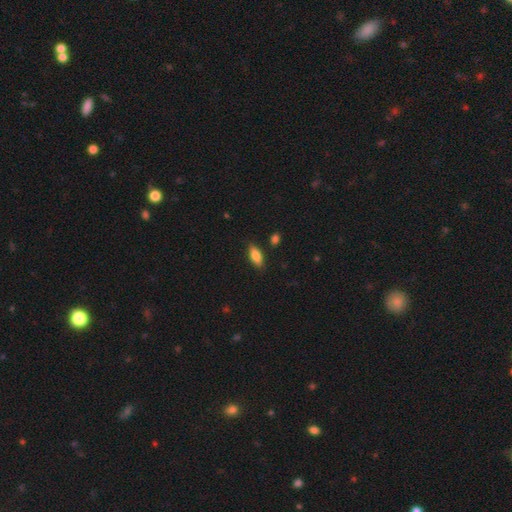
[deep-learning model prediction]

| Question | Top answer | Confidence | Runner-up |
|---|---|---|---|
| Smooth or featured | smooth | 79% | featured or disk (14%) |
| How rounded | in between | 76% | cigar-shaped (21%) |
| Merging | none | 85% | minor disturbance (11%) |